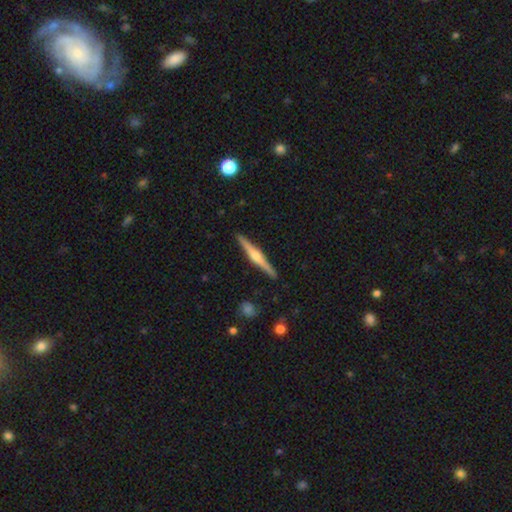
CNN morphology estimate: Q: Smooth or featured?
A: featured or disk (73%); runner-up: smooth (22%)
Q: Edge-on disk?
A: yes (98%); runner-up: no (2%)
Q: Edge-on bulge?
A: rounded (80%); runner-up: boxy (13%)
Q: Merging?
A: none (92%); runner-up: minor disturbance (6%)